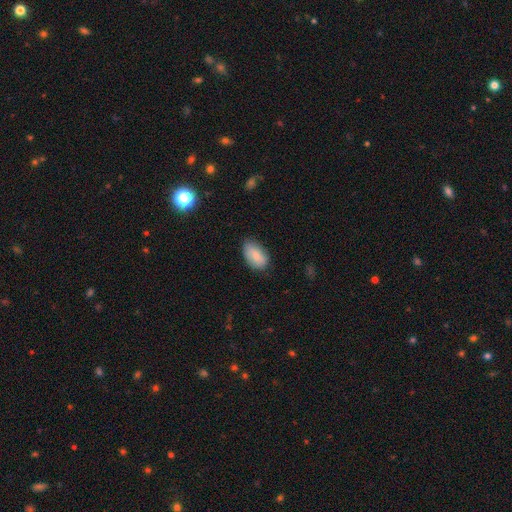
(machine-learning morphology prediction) Overall: smooth (79%). How rounded: in between (92%). Merging: none (75%).